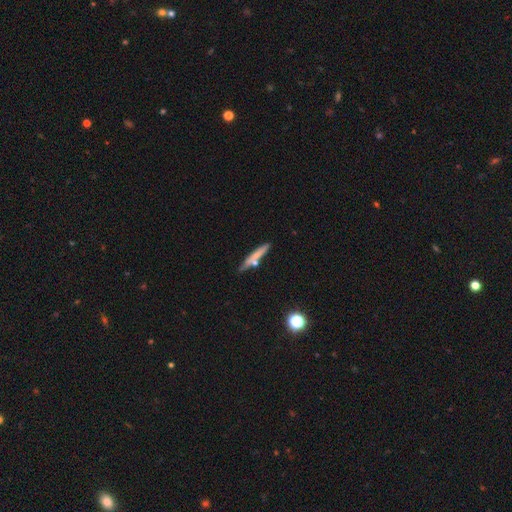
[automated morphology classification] Q: Smooth or featured?
A: smooth (61%); runner-up: featured or disk (32%)
Q: How rounded?
A: cigar-shaped (90%); runner-up: in between (8%)
Q: Merging?
A: none (70%); runner-up: minor disturbance (14%)